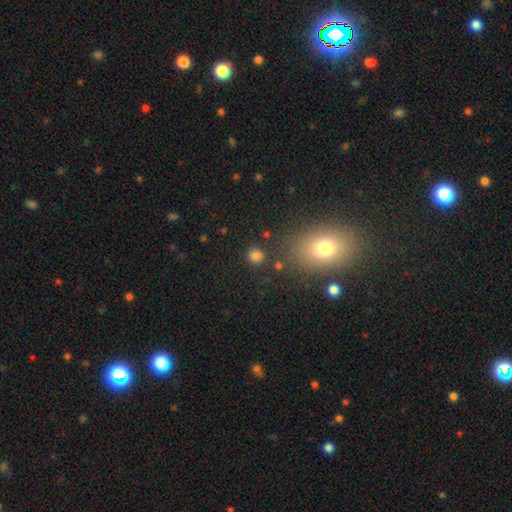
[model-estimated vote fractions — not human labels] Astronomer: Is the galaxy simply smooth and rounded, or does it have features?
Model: smooth — 78%.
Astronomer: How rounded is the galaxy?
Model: round — 83%.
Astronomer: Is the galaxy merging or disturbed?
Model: none — 80%.